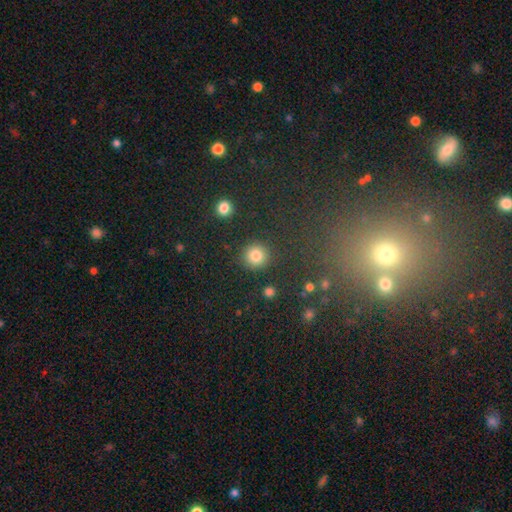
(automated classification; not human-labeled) Overall: smooth (83%). How rounded: round (93%). Merging: none (88%).